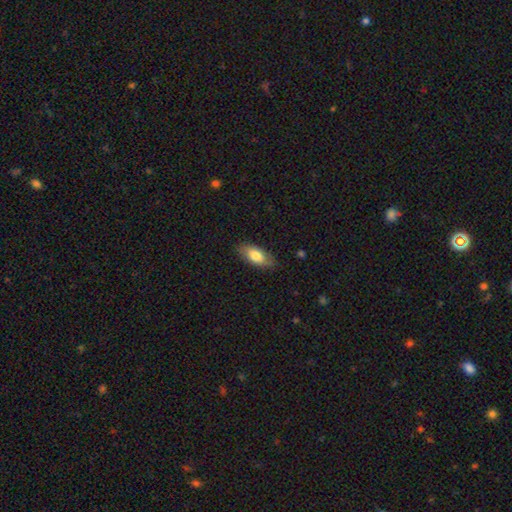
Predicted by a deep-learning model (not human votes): Morphology: type=smooth (75%); roundness=in between (89%); merging=none (83%).